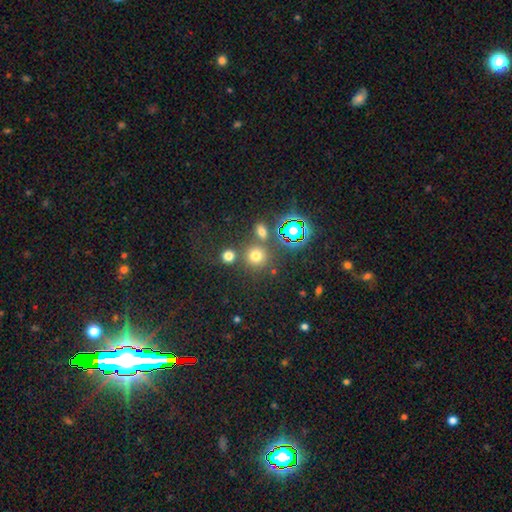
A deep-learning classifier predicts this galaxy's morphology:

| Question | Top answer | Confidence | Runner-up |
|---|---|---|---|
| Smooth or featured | smooth | 68% | star or artifact (25%) |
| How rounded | round | 90% | in between (9%) |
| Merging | none | 73% | merger (15%) |